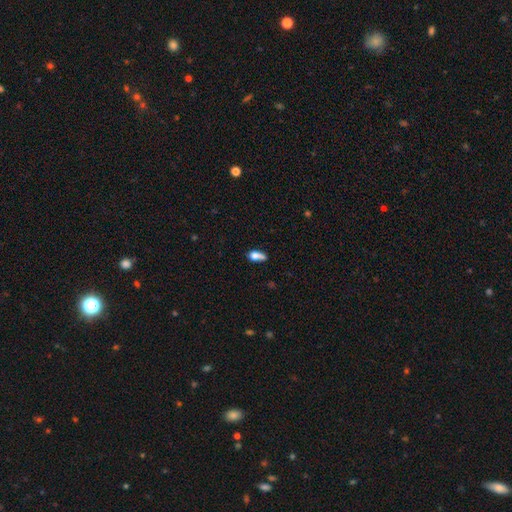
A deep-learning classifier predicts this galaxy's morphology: smooth_or_featured: smooth (p=0.73) [alt: featured or disk p=0.17]
how_rounded: in between (p=0.77) [alt: cigar-shaped p=0.13]
merging: none (p=0.36) [alt: minor disturbance p=0.29]